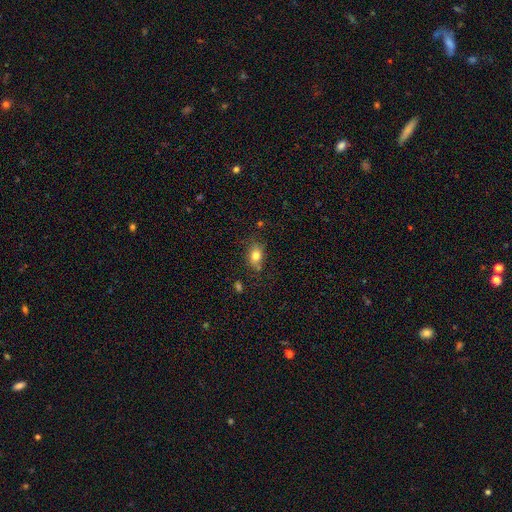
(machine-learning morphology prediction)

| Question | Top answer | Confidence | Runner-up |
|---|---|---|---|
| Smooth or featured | smooth | 79% | star or artifact (11%) |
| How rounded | in between | 67% | round (31%) |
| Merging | none | 71% | minor disturbance (20%) |